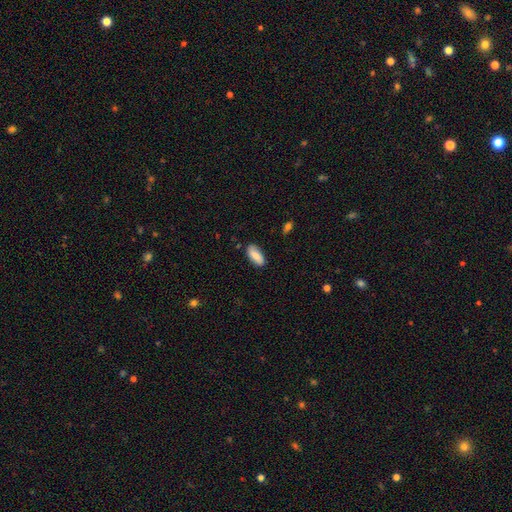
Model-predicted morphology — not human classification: type=smooth (81%); roundness=in between (87%); merging=none (83%).